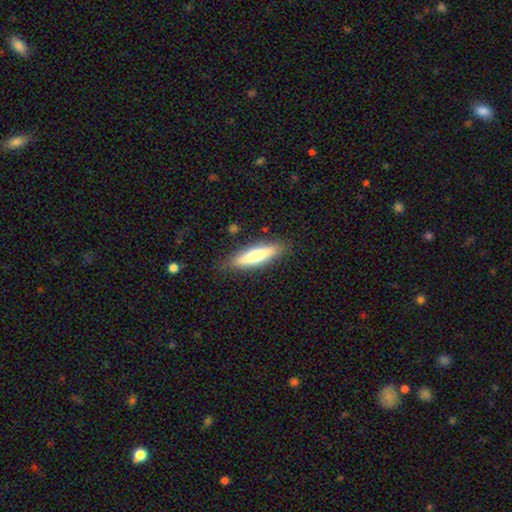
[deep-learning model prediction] Q: Smooth or featured?
A: smooth (66%); runner-up: featured or disk (28%)
Q: How rounded?
A: cigar-shaped (70%); runner-up: in between (29%)
Q: Merging?
A: none (84%); runner-up: minor disturbance (12%)